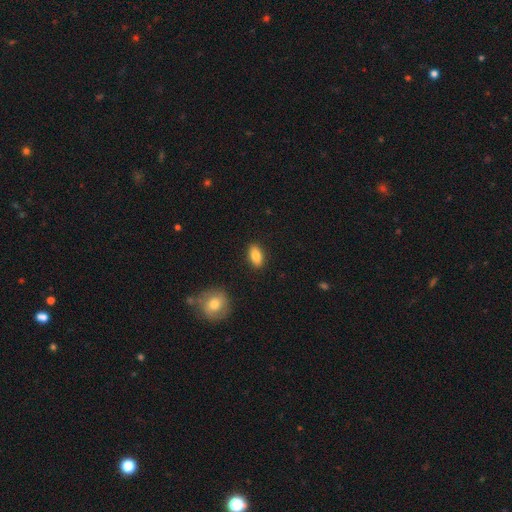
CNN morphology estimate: A smooth galaxy with no disk features (83%) that is in between round and cigar-shaped (89%).

Vote fractions:
- Smooth or featured? smooth: 83% / featured or disk: 9% / star or artifact: 7%
- How rounded? in between: 89% / round: 6% / cigar-shaped: 5%
- Merging? none: 89% / minor disturbance: 8% / major disturbance: 2% / merger: 2%